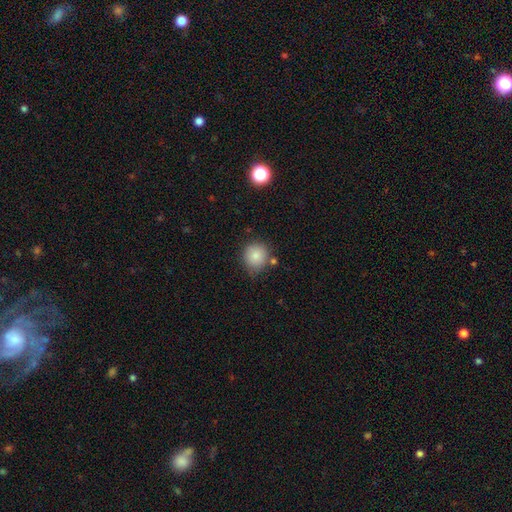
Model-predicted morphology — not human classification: This is clearly a smooth galaxy (85%). How rounded: clearly round (87%). Merging: likely none (71%).